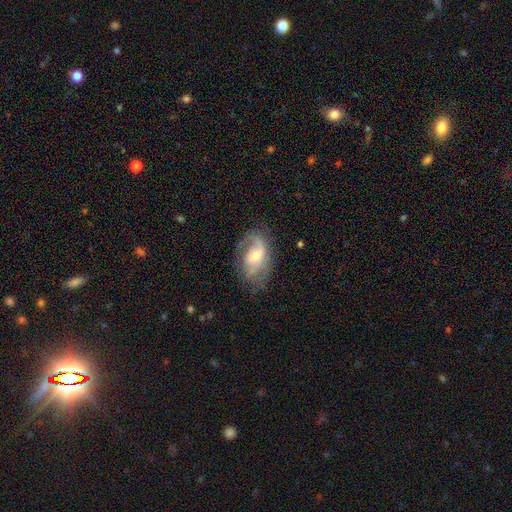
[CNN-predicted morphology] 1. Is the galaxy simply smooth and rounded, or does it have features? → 73% featured or disk, 20% smooth, 7% star or artifact.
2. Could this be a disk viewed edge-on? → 95% no, 5% yes.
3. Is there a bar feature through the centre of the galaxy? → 50% no, 38% weak, 12% strong.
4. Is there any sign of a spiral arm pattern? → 86% yes, 14% no.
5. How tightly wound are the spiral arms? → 41% medium, 32% loose, 27% tight.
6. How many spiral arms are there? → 46% 2, 29% 1, 19% can't tell, 4% 3, 2% 4, 2% more than 4.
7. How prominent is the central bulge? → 50% moderate, 42% small, 5% large, 2% none, 1% dominant.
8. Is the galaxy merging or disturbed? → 59% none, 23% minor disturbance, 16% major disturbance, 2% merger.